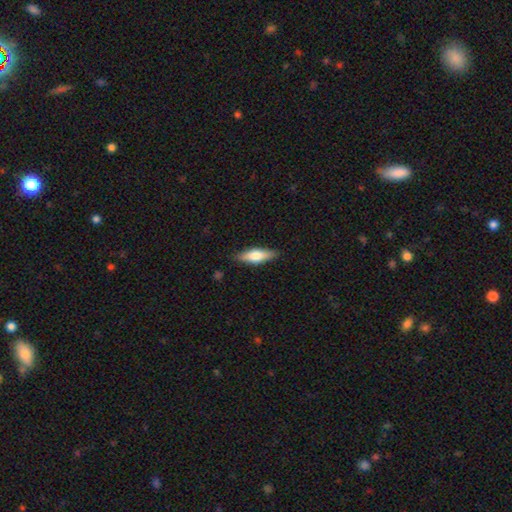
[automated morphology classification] Overall: smooth (60%; featured or disk 34%). How rounded: in between (52%; cigar-shaped 45%). Merging: none (87%).